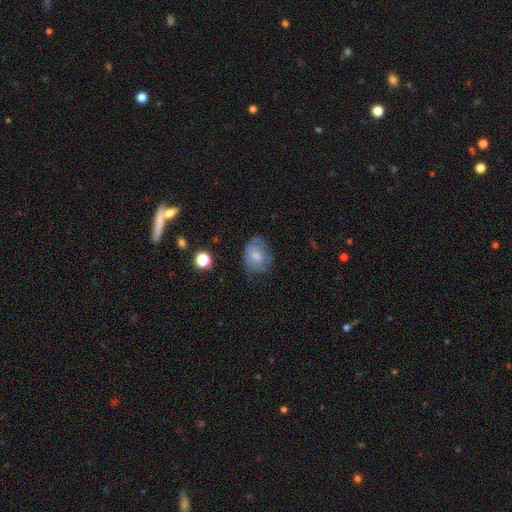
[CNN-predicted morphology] Smooth or featured? Predicted: smooth (p=0.59). How rounded? Predicted: in between (p=0.62). Merging? Predicted: none (p=0.49).